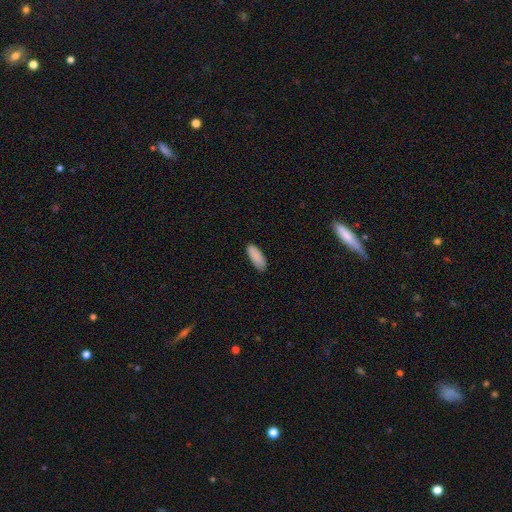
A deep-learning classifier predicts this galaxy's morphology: Smooth or featured?
  - smooth: 89% *
  - star or artifact: 6%
  - featured or disk: 4%
How rounded?
  - in between: 70% *
  - cigar-shaped: 29%
  - round: 2%
Merging?
  - none: 85% *
  - minor disturbance: 12%
  - major disturbance: 2%
  - merger: 1%